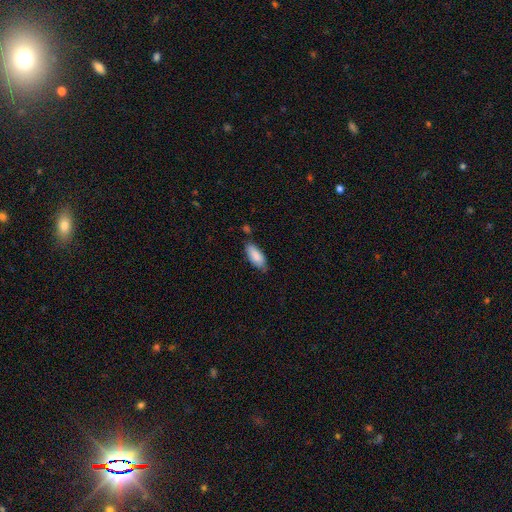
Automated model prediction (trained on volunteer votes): A smooth galaxy with no disk features (86%) that is in between round and cigar-shaped (81%).

Vote fractions:
- Smooth or featured? smooth: 86% / featured or disk: 8% / star or artifact: 6%
- How rounded? in between: 81% / cigar-shaped: 18% / round: 2%
- Merging? none: 70% / minor disturbance: 22% / merger: 4% / major disturbance: 4%